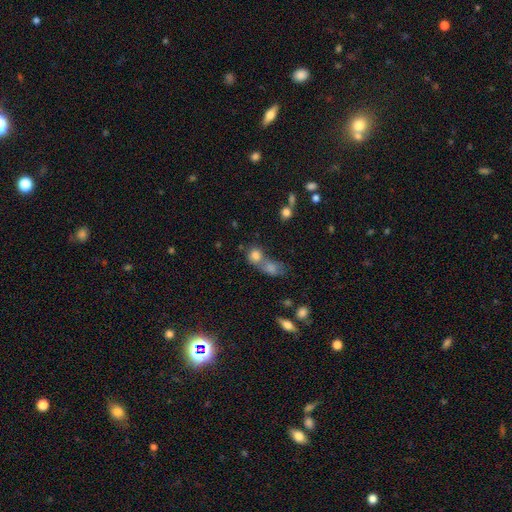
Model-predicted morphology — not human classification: smooth_or_featured: smooth (p=0.78) [alt: star or artifact p=0.12]
how_rounded: round (p=0.75) [alt: in between p=0.24]
merging: merger (p=0.49) [alt: none p=0.39]